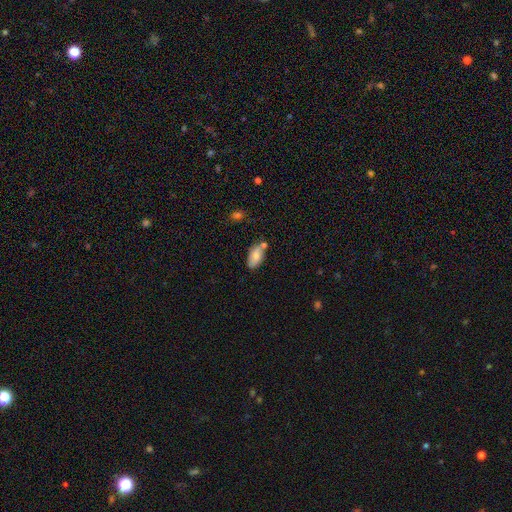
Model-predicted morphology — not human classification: This appears to be a smooth galaxy with no disk features (75%) that is in between round and cigar-shaped (92%). Merging: none (61%).